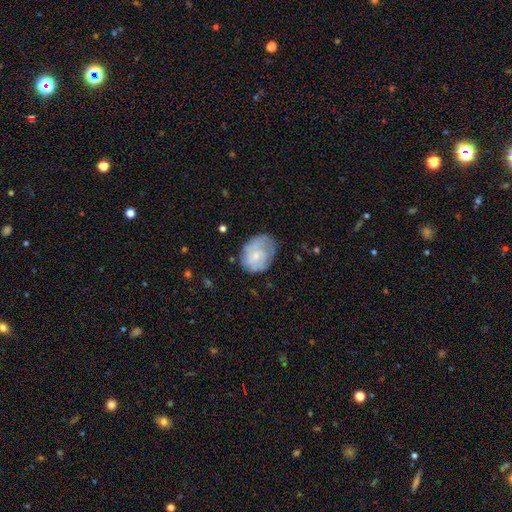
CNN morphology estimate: The model was most divided on "smooth or featured": smooth: 50%, featured or disk: 42%, star or artifact: 7%. More confident: how rounded — in between (60%); merging — none (54%).